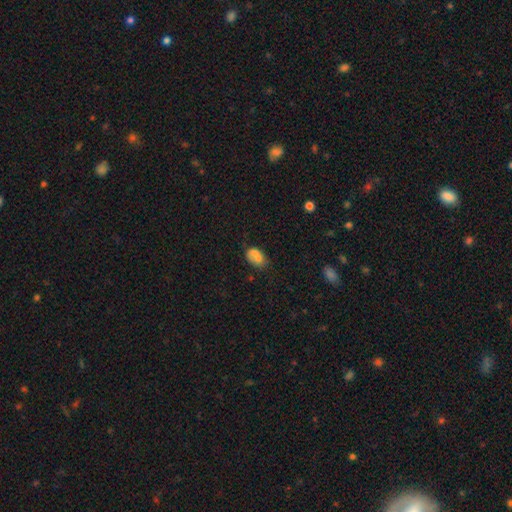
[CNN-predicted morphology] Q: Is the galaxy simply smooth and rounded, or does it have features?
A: smooth — 69%.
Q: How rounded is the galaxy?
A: in between — 70%.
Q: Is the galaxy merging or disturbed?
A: merger — 47%.